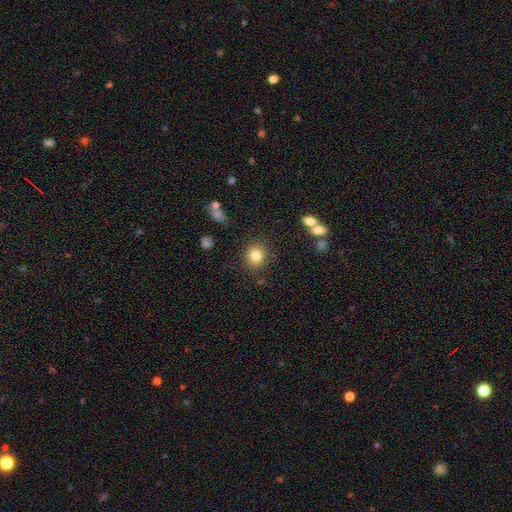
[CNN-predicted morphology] Smooth or featured: smooth — 82% (star or artifact — 10%)
How rounded: round — 76% (in between — 23%)
Merging: none — 85% (minor disturbance — 9%)